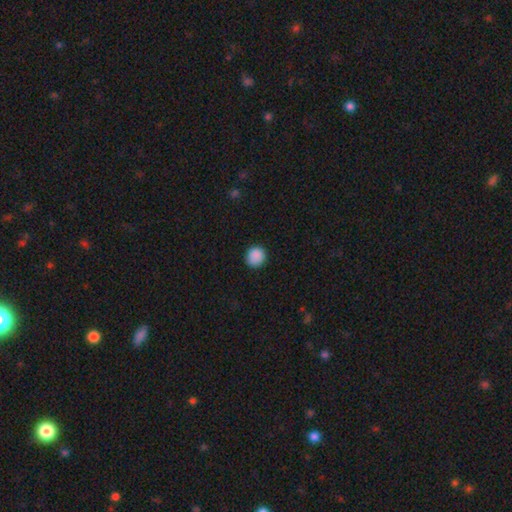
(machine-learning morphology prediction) This is clearly a smooth galaxy (89%). How rounded: clearly round (91%). Merging: clearly none (90%).